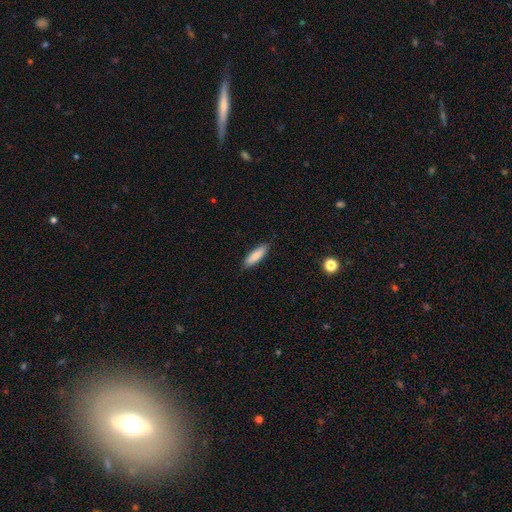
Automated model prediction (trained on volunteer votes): smooth_or_featured: smooth (p=0.84) [alt: featured or disk p=0.10]
how_rounded: cigar-shaped (p=0.57) [alt: in between p=0.41]
merging: none (p=0.87) [alt: minor disturbance p=0.10]